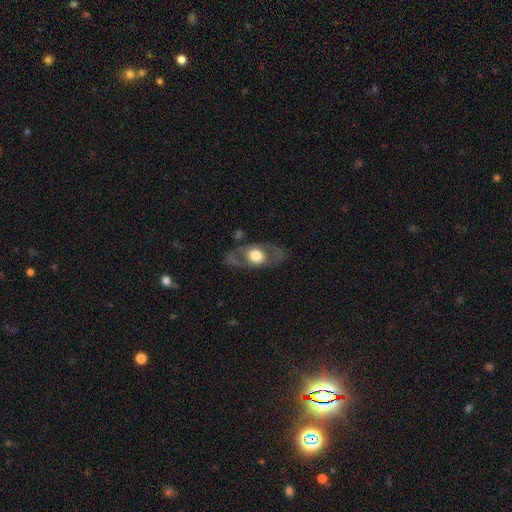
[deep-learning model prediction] Smooth or featured? featured or disk (57%)
Edge-on disk? no (80%)
Merging? none (76%)